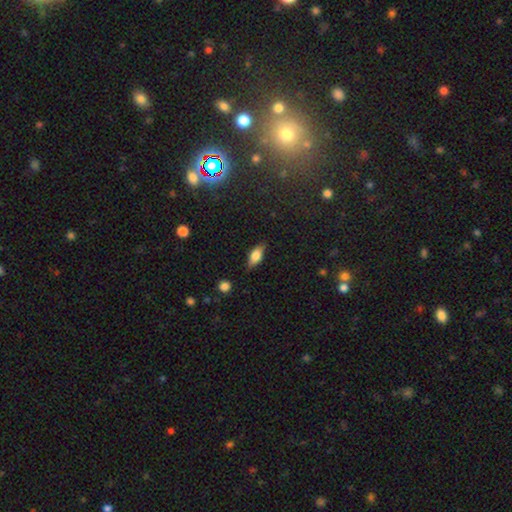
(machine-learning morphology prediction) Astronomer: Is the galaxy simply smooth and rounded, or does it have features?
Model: smooth — 69%.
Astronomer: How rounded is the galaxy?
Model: in between — 78%.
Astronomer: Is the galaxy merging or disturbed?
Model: none — 80%.